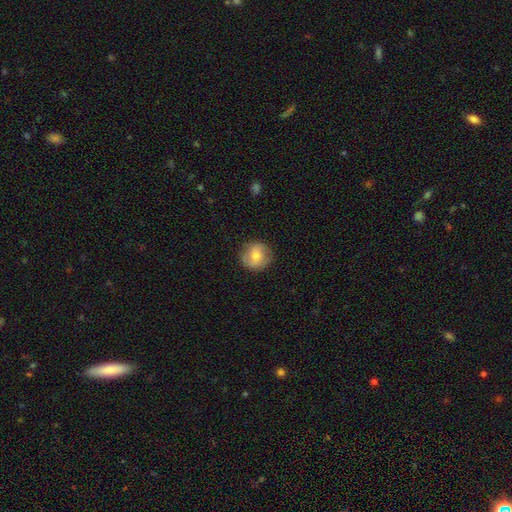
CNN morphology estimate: Smooth or featured: smooth — 65% (featured or disk — 28%)
How rounded: round — 90% (in between — 9%)
Merging: none — 84% (minor disturbance — 11%)